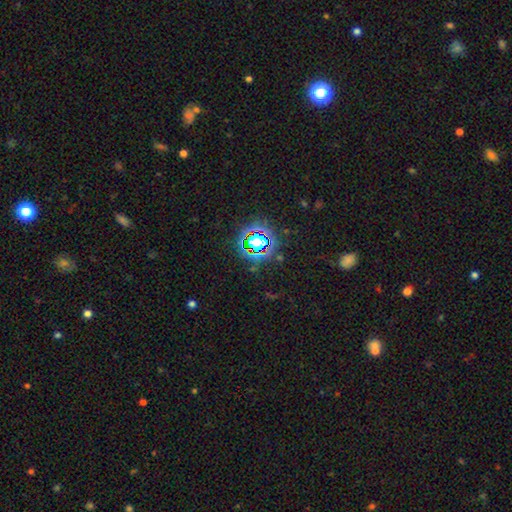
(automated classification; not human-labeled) A star or artifact, not a galaxy (75%).

Vote fractions:
- Smooth or featured? star or artifact: 75% / smooth: 15% / featured or disk: 10%